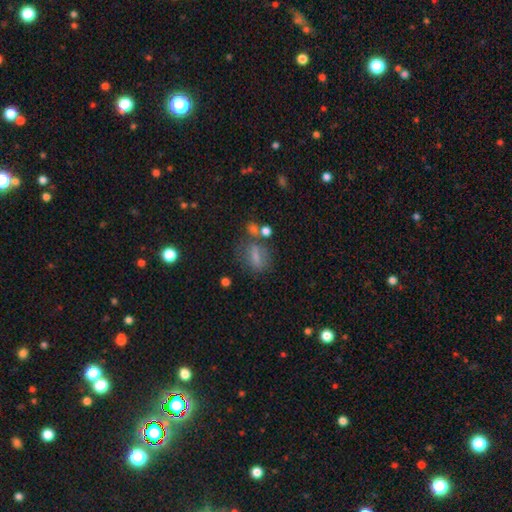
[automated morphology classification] A smooth galaxy with no disk features (63%) that is in between round and cigar-shaped (64%).

Vote fractions:
- Smooth or featured? smooth: 63% / featured or disk: 22% / star or artifact: 15%
- How rounded? in between: 64% / round: 25% / cigar-shaped: 12%
- Merging? none: 52% / minor disturbance: 20% / major disturbance: 15% / merger: 13%